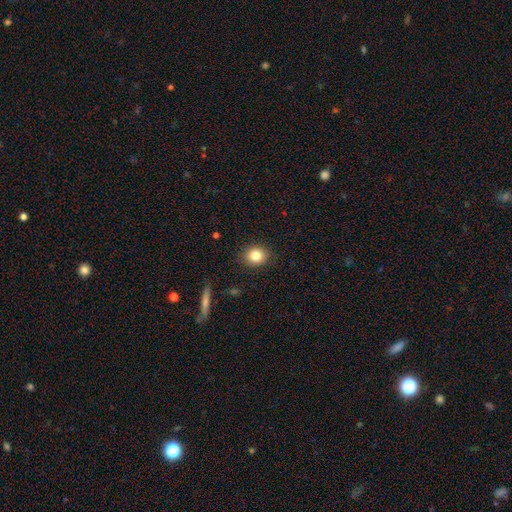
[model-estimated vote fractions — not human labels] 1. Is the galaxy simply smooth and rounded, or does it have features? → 83% smooth, 10% star or artifact, 7% featured or disk.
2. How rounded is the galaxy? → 74% round, 25% in between, 1% cigar-shaped.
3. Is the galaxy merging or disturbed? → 89% none, 8% minor disturbance, 2% major disturbance, 1% merger.